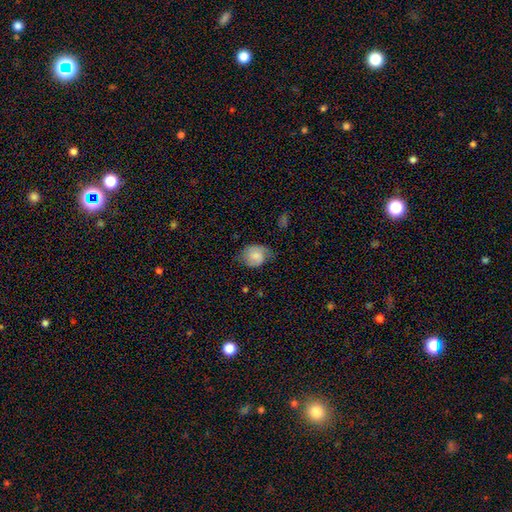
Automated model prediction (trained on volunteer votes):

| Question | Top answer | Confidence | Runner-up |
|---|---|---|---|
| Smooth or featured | smooth | 67% | featured or disk (26%) |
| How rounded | round | 61% | in between (39%) |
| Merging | none | 50% | minor disturbance (35%) |